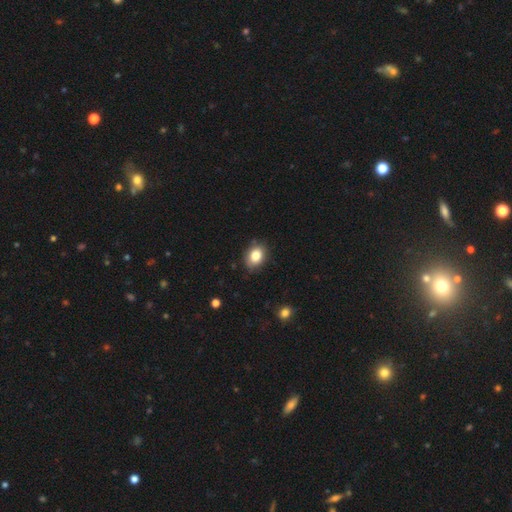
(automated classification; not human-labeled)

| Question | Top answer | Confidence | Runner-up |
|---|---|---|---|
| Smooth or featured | smooth | 83% | star or artifact (9%) |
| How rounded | in between | 58% | round (41%) |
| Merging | none | 79% | minor disturbance (16%) |